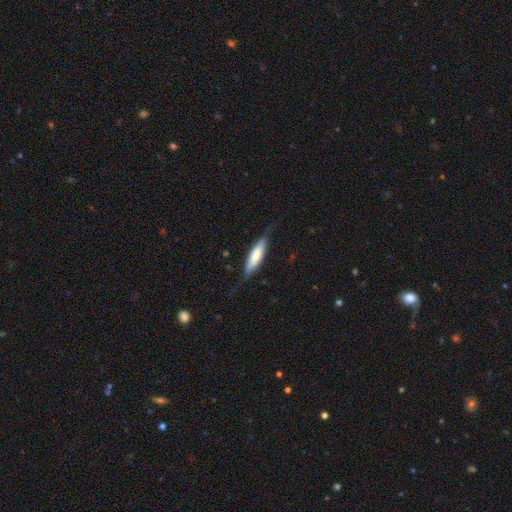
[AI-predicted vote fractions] Smooth or featured? smooth (61%)
How rounded? cigar-shaped (63%)
Merging? none (73%)